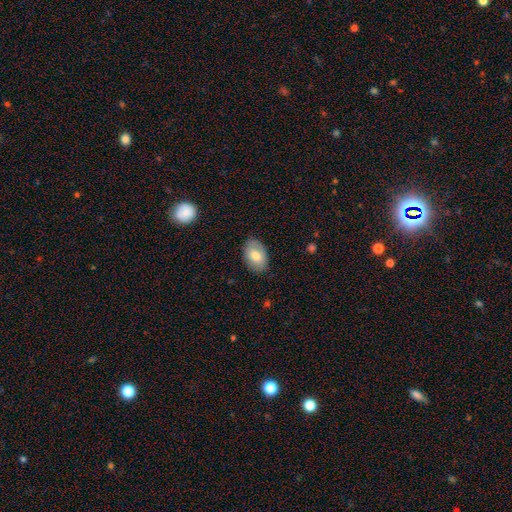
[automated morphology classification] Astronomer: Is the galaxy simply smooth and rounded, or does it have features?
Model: smooth — 74%.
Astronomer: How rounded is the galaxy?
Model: in between — 89%.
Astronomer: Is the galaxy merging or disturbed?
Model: none — 83%.